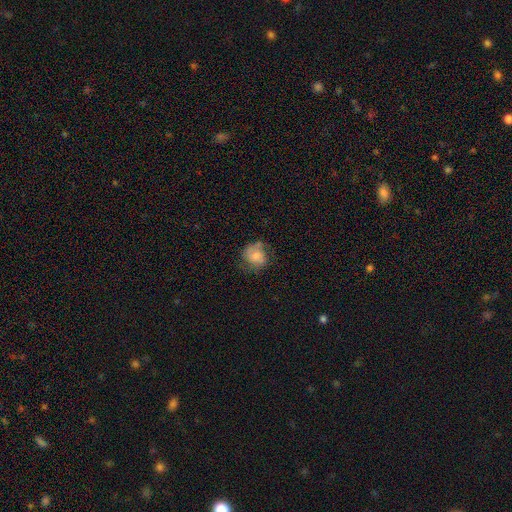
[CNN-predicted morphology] This is possibly a smooth galaxy (48%). Merging: possibly none (57%).